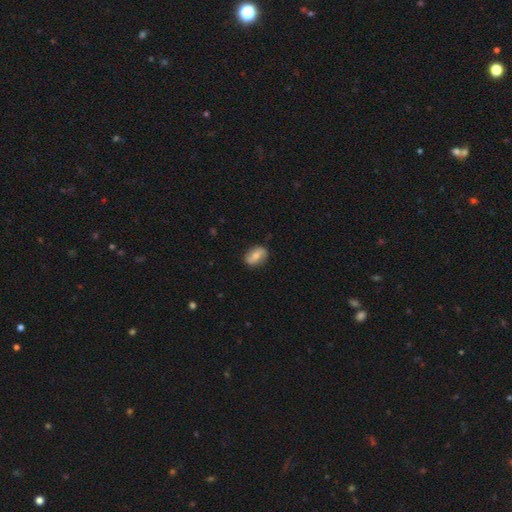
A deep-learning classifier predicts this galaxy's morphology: Smooth or featured? Predicted: smooth (p=0.54). How rounded? Predicted: in between (p=0.80). Merging? Predicted: none (p=0.82).